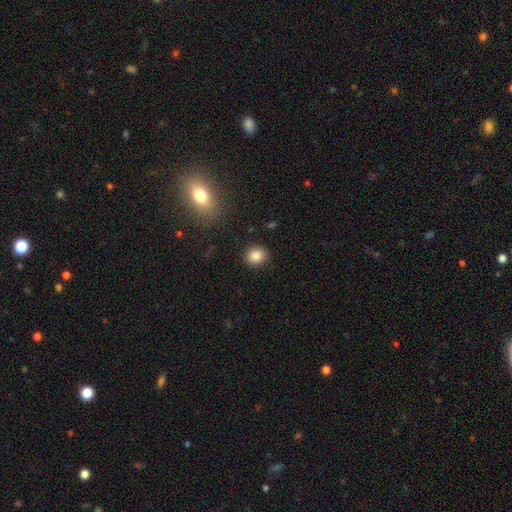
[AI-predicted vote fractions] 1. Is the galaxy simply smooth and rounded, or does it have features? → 86% smooth, 10% star or artifact, 5% featured or disk.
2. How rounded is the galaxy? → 71% round, 28% in between, 1% cigar-shaped.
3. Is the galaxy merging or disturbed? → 90% none, 7% minor disturbance, 2% major disturbance, 1% merger.